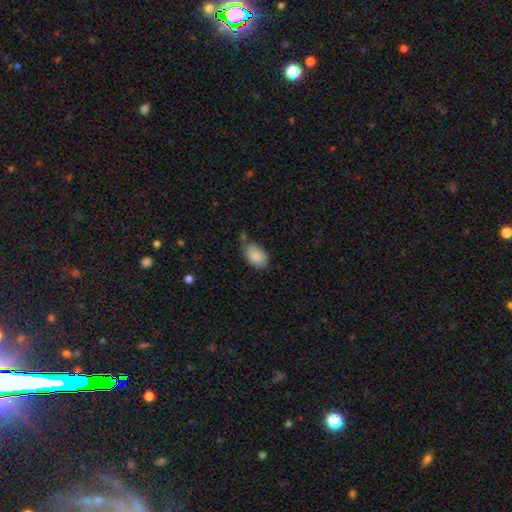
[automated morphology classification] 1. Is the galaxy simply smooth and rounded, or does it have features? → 87% smooth, 7% star or artifact, 6% featured or disk.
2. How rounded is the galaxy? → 91% in between, 8% round, 1% cigar-shaped.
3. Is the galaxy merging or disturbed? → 67% none, 23% minor disturbance, 6% merger, 5% major disturbance.